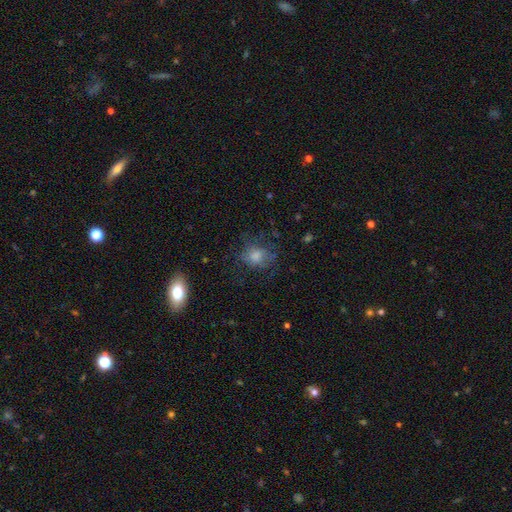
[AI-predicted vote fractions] smooth-or-featured: smooth: 63% | featured or disk: 20% | star or artifact: 18%
  how-rounded: round: 59% | in between: 39% | cigar-shaped: 2%
  merging: none: 67% | minor disturbance: 19% | major disturbance: 12% | merger: 2%